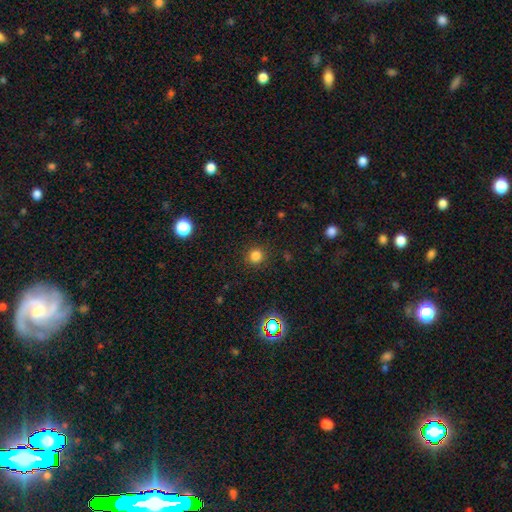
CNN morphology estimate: type=smooth (80%); roundness=round (93%); merging=none (90%).